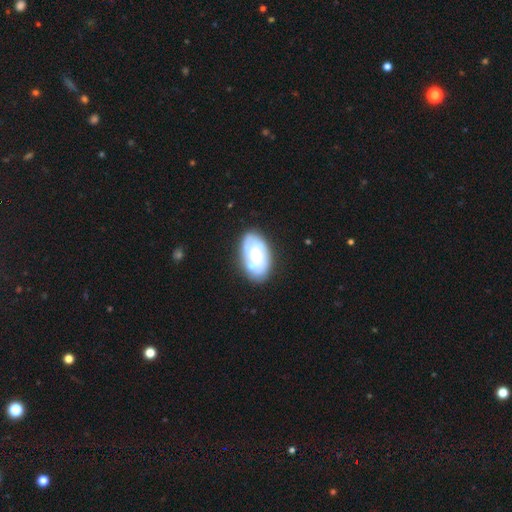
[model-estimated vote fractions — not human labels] featured or disk 62%, smooth 32%, star or artifact 6%. Down the decision tree: edge-on disk — no (95%); bar — no (77%); spiral arms — yes (76%); bulge size — moderate (58%); merging — none (71%).